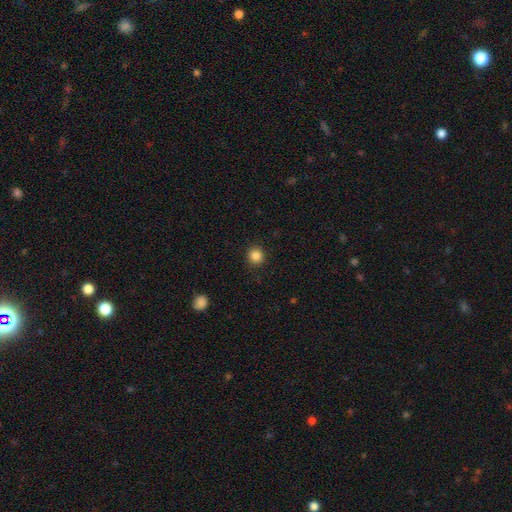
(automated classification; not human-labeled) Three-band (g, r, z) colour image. It shows a smooth galaxy with no disk features (85%) that is round (94%). Merging: none (92%).